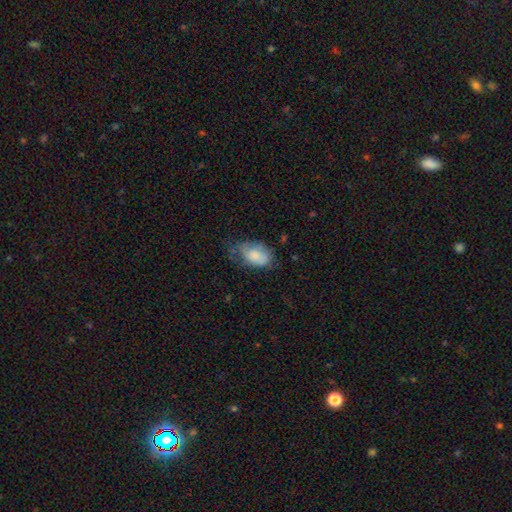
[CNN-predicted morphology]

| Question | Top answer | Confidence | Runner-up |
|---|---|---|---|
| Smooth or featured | smooth | 72% | featured or disk (21%) |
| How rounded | in between | 87% | round (11%) |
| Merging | none | 40% | minor disturbance (38%) |